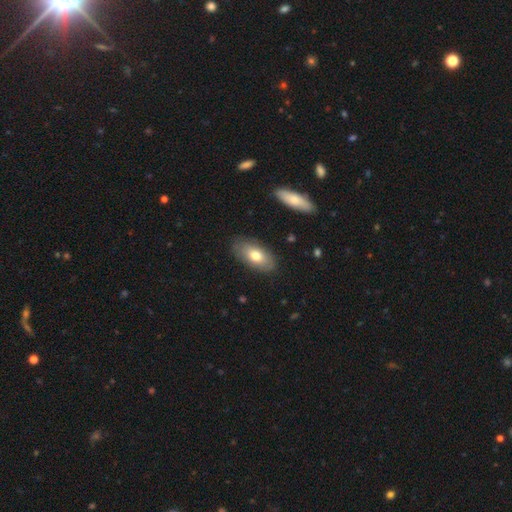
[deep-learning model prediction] smooth 71%, featured or disk 23%, star or artifact 6%. Down the decision tree: how rounded — in between (92%); merging — none (82%).